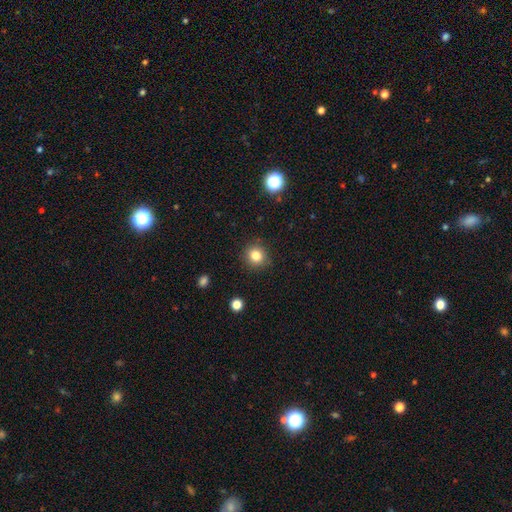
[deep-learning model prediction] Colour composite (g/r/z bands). It shows a smooth galaxy with no disk features (82%) that is round (89%). Merging: none (89%).